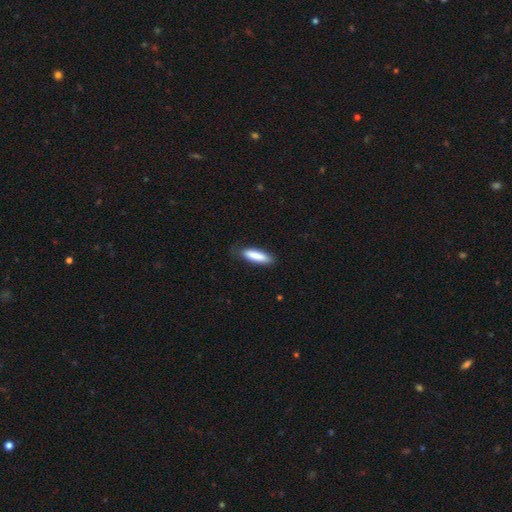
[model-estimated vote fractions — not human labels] Smooth or featured? Predicted: smooth (p=0.85). How rounded? Predicted: cigar-shaped (p=0.64). Merging? Predicted: none (p=0.78).